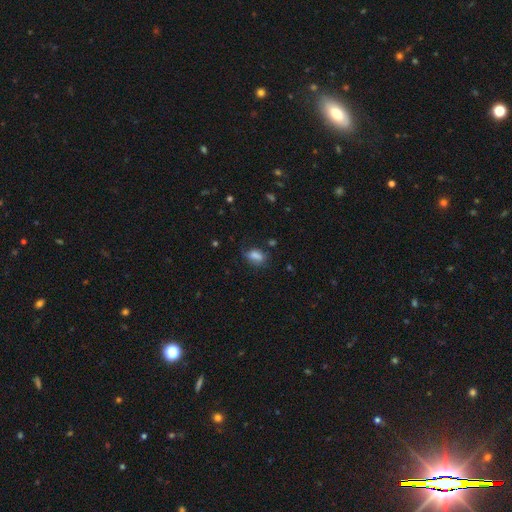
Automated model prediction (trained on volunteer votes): This is likely a smooth galaxy (76%). How rounded: clearly in between (82%). Merging: possibly none (49%).